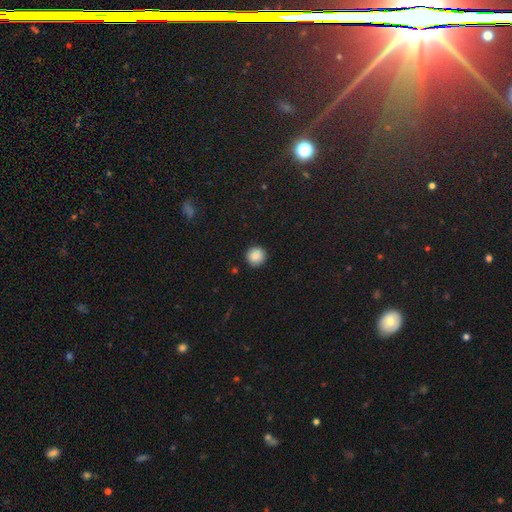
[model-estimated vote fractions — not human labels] A smooth galaxy with no disk features (88%) that is round (95%).

Vote fractions:
- Smooth or featured? smooth: 88% / star or artifact: 9% / featured or disk: 4%
- How rounded? round: 95% / in between: 4% / cigar-shaped: 1%
- Merging? none: 91% / minor disturbance: 6% / major disturbance: 2% / merger: 1%